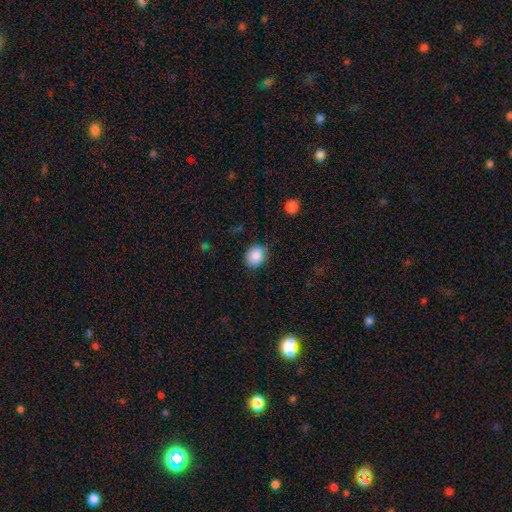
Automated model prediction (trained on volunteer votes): smooth-or-featured: smooth: 88% | star or artifact: 8% | featured or disk: 4%
  how-rounded: round: 52% | in between: 48% | cigar-shaped: 1%
  merging: none: 78% | minor disturbance: 17% | major disturbance: 4% | merger: 1%